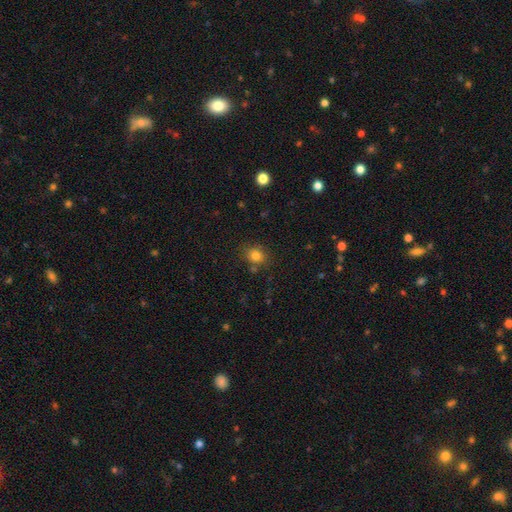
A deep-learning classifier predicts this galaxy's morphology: smooth 80%, star or artifact 13%, featured or disk 7%. Down the decision tree: how rounded — round (73%); merging — none (78%).